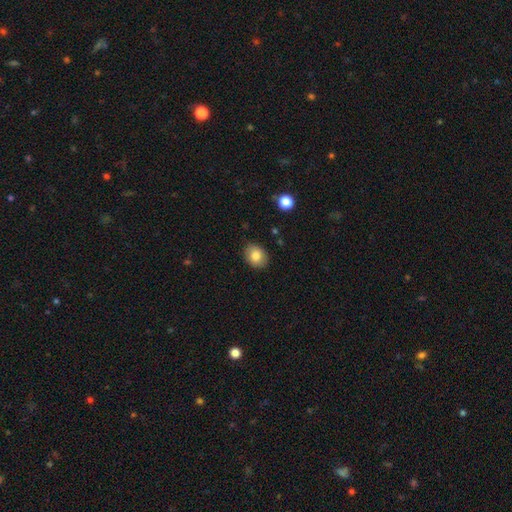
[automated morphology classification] A smooth galaxy with no disk features (82%) that is in between round and cigar-shaped (55%).

Vote fractions:
- Smooth or featured? smooth: 82% / featured or disk: 10% / star or artifact: 9%
- How rounded? in between: 55% / round: 44% / cigar-shaped: 1%
- Merging? none: 85% / minor disturbance: 12% / major disturbance: 2% / merger: 1%